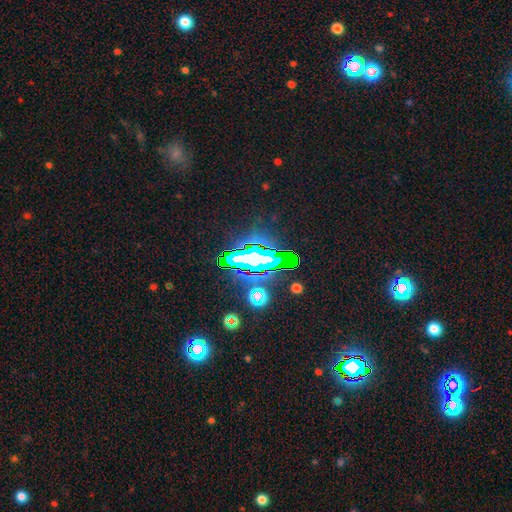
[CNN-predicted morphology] type=star or artifact (72%).